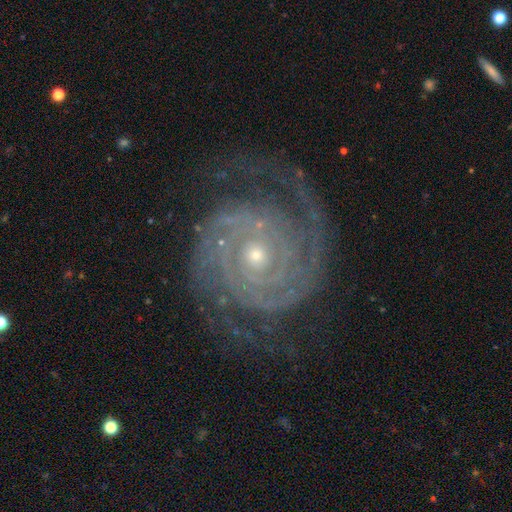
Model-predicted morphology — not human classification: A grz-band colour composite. It shows a featured or disk galaxy (92%) with no bar (71%), 2 (56%) tight (78%) spiral arms (98%) and a small central bulge (65%). Merging: none (75%).